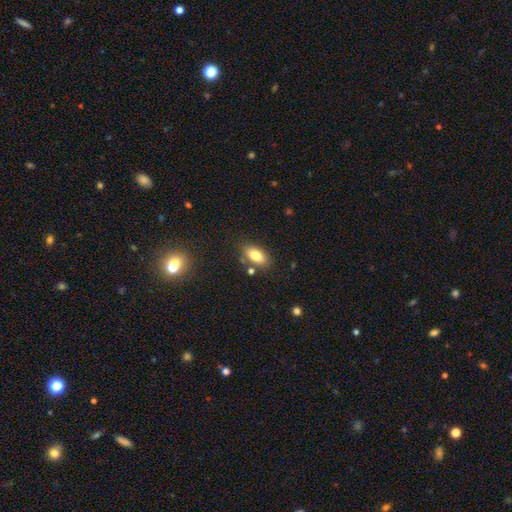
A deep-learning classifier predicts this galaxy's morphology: Smooth or featured?
  - smooth: 81% *
  - featured or disk: 11%
  - star or artifact: 8%
How rounded?
  - in between: 89% *
  - cigar-shaped: 6%
  - round: 5%
Merging?
  - none: 79% *
  - minor disturbance: 12%
  - merger: 6%
  - major disturbance: 3%